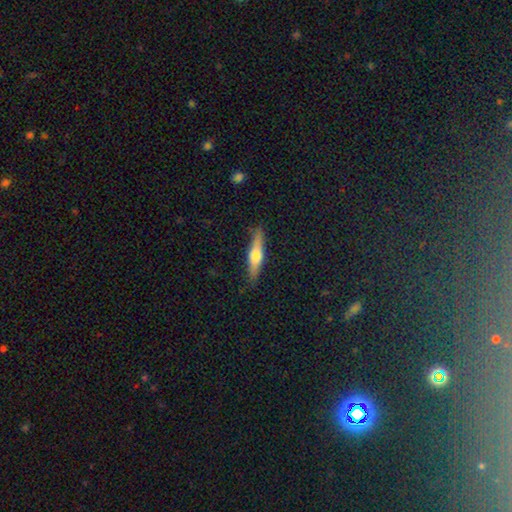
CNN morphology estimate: Overall: featured or disk (51%; smooth 43%). Edge-on disk: yes (95%). Merging: none (87%).